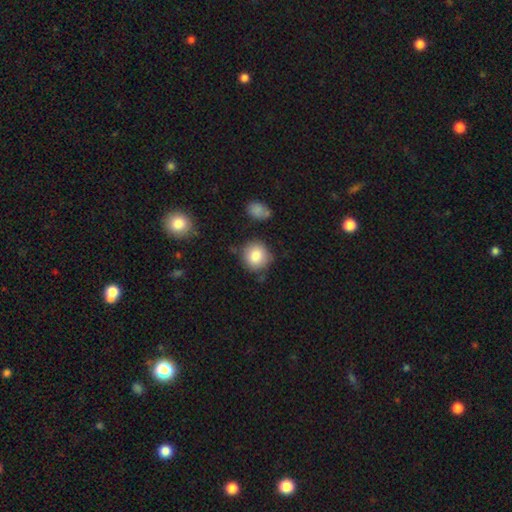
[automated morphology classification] This appears to be a smooth galaxy with no disk features (84%) that is round (89%). Merging: none (79%).